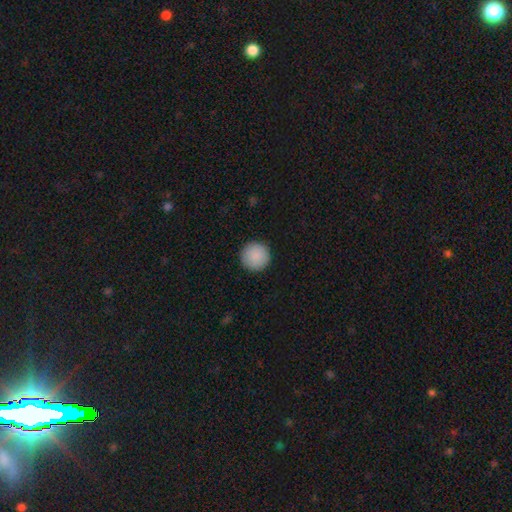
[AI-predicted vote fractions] Smooth or featured: smooth — 90% (star or artifact — 7%)
How rounded: round — 96% (in between — 3%)
Merging: none — 92% (minor disturbance — 5%)